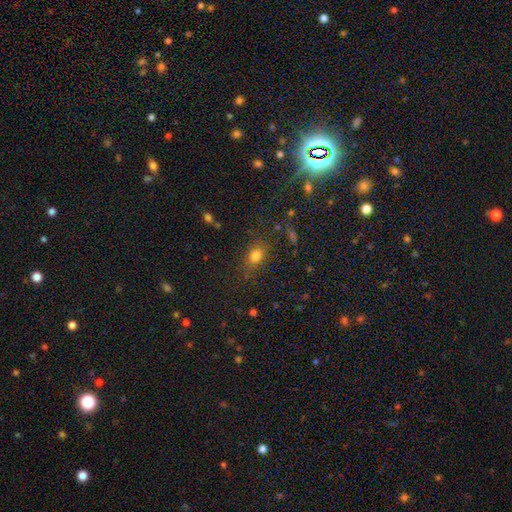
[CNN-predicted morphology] smooth-or-featured: smooth: 76% | star or artifact: 16% | featured or disk: 8%
  how-rounded: in between: 57% | round: 39% | cigar-shaped: 4%
  merging: none: 78% | minor disturbance: 14% | major disturbance: 6% | merger: 2%